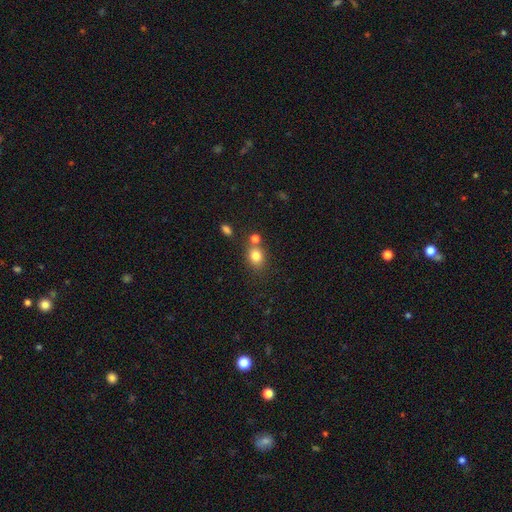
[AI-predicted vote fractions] Smooth or featured?
  - smooth: 81% *
  - star or artifact: 12%
  - featured or disk: 8%
How rounded?
  - round: 55% *
  - in between: 43%
  - cigar-shaped: 1%
Merging?
  - none: 62% *
  - merger: 22%
  - minor disturbance: 12%
  - major disturbance: 4%